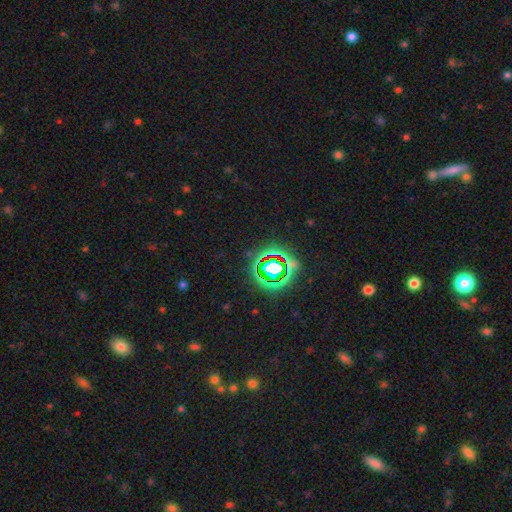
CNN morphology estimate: star or artifact 77%, smooth 16%, featured or disk 7%.